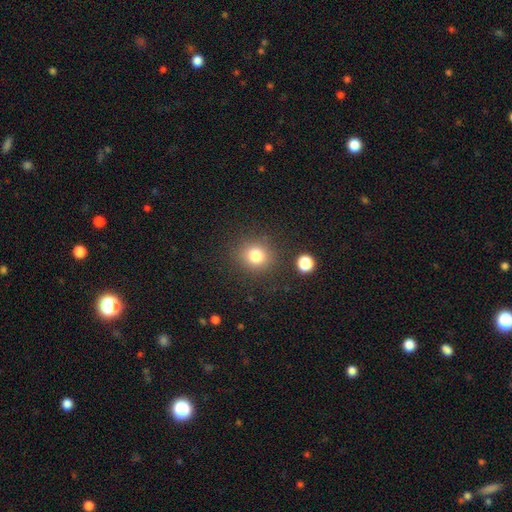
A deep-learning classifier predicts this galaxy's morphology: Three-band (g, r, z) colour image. It shows a smooth galaxy with no disk features (79%) that is round (86%). Merging: none (86%).